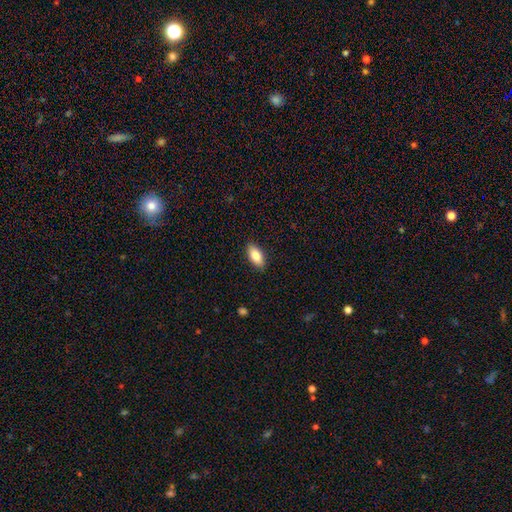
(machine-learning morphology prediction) The model was most divided on "smooth or featured": smooth: 84%, featured or disk: 9%, star or artifact: 6%. More confident: merging — none (89%); how rounded — in between (89%).